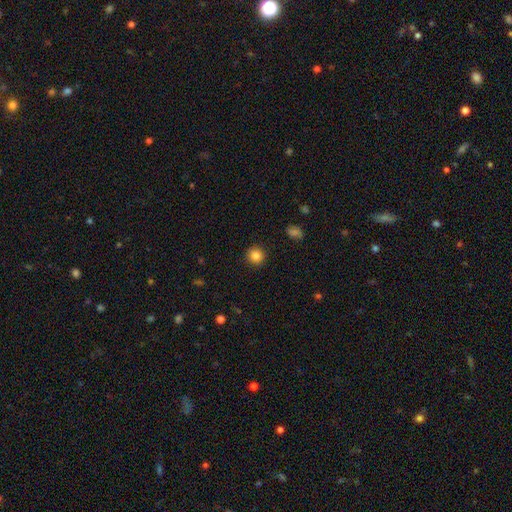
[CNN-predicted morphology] This appears to be a smooth galaxy with no disk features (85%) that is round (94%). Merging: none (92%).